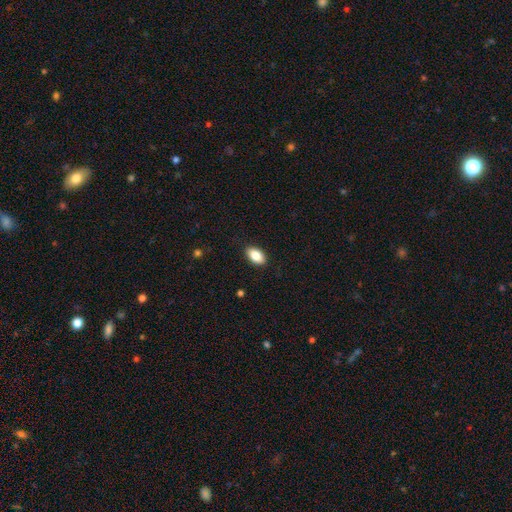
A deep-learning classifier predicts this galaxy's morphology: This is clearly a smooth galaxy (86%). How rounded: clearly in between (93%). Merging: clearly none (88%).